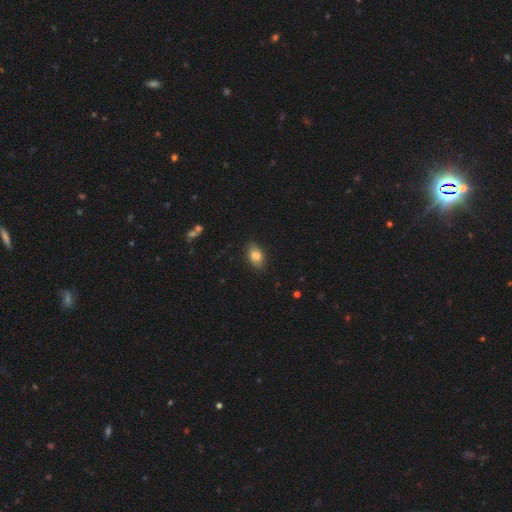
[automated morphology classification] Smooth or featured? smooth (81%)
How rounded? in between (85%)
Merging? none (84%)